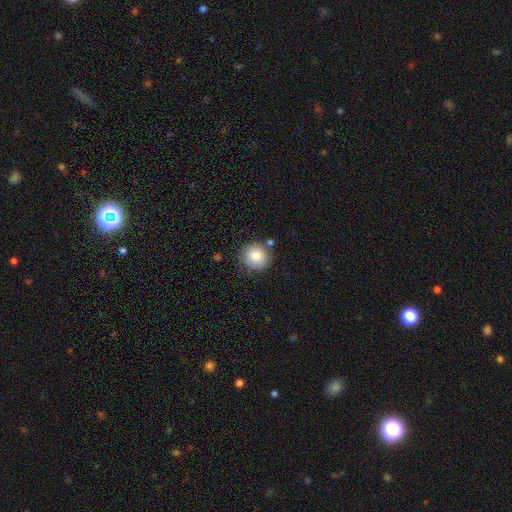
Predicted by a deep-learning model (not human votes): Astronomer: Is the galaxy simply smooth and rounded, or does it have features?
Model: smooth — 81%.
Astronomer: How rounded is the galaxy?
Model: round — 92%.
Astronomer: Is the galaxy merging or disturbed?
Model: none — 76%.